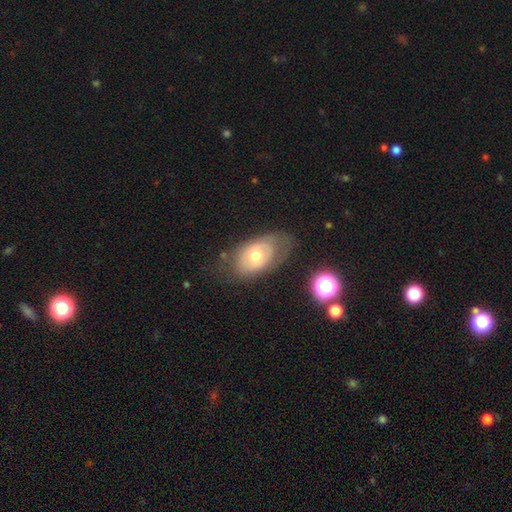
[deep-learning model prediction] Smooth or featured: featured or disk — 49% (smooth — 42%)
Merging: none — 57% (minor disturbance — 26%)